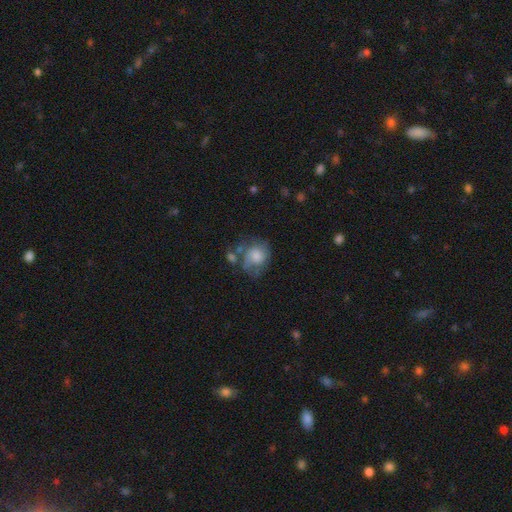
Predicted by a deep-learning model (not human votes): This is possibly a smooth galaxy (51%). How rounded: likely round (60%). Merging: marginally none (43%).